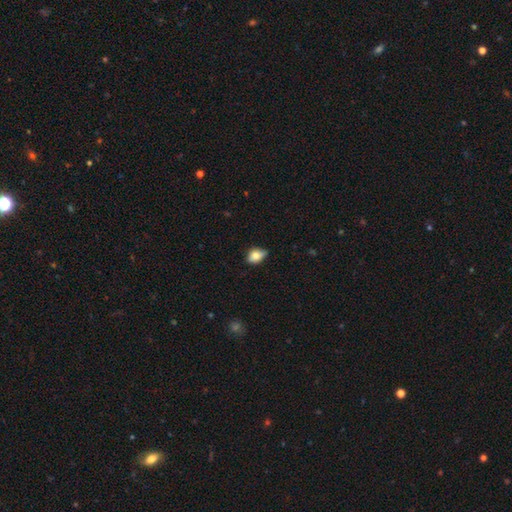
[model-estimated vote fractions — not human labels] Smooth or featured? smooth (78%)
How rounded? in between (72%)
Merging? none (53%)